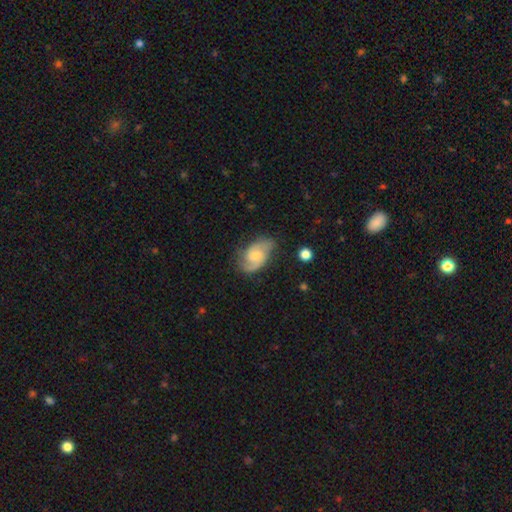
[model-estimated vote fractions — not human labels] Q: Smooth or featured?
A: featured or disk (74%); runner-up: smooth (20%)
Q: Edge-on disk?
A: no (97%); runner-up: yes (3%)
Q: Bar?
A: no (55%); runner-up: weak (40%)
Q: Spiral arms?
A: yes (95%); runner-up: no (5%)
Q: Spiral winding?
A: medium (50%); runner-up: tight (27%)
Q: Spiral arm count?
A: 2 (82%); runner-up: can't tell (7%)
Q: Bulge size?
A: small (42%); runner-up: moderate (38%)
Q: Merging?
A: none (67%); runner-up: minor disturbance (22%)